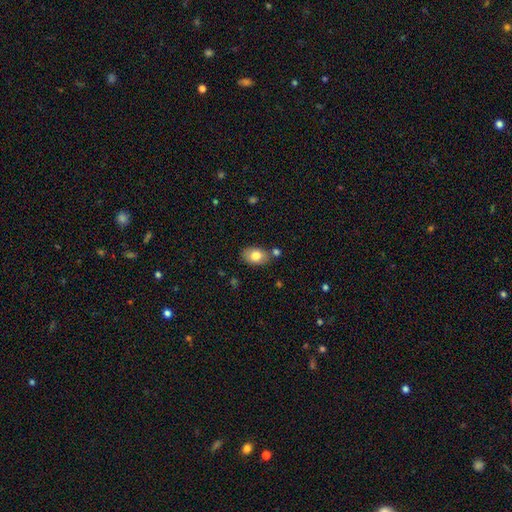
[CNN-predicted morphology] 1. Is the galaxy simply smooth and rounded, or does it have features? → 79% smooth, 13% featured or disk, 7% star or artifact.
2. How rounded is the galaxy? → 84% in between, 15% round, 1% cigar-shaped.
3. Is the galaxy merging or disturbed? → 74% none, 15% minor disturbance, 8% merger, 3% major disturbance.